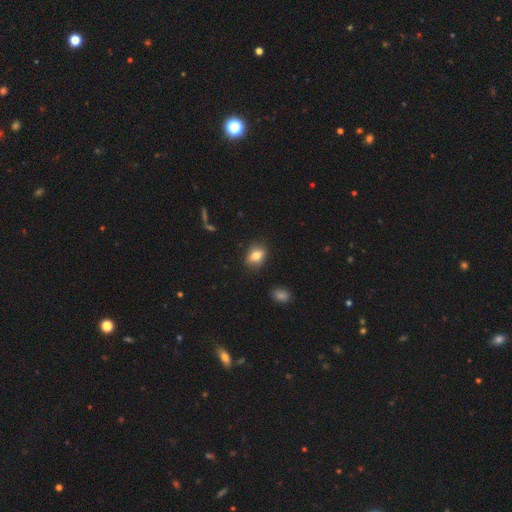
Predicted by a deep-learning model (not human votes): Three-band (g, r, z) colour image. It shows a smooth galaxy with no disk features (76%) that is in between round and cigar-shaped (71%). Merging: none (83%).